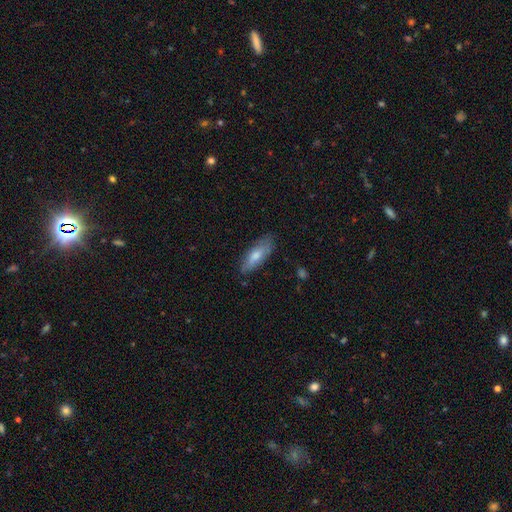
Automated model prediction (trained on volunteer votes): Smooth or featured: smooth — 70% (featured or disk — 23%)
How rounded: in between — 61% (cigar-shaped — 37%)
Merging: none — 76% (minor disturbance — 18%)